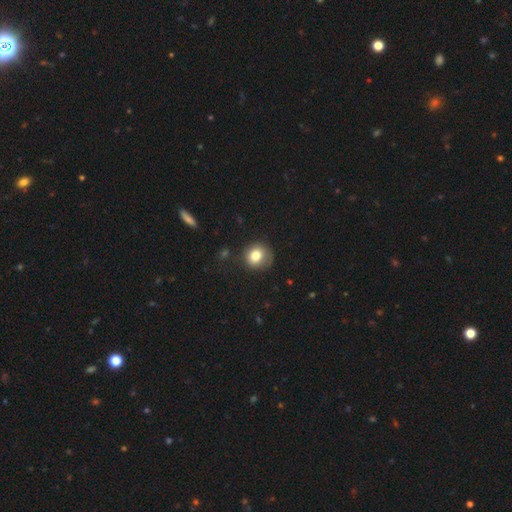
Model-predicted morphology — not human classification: smooth_or_featured: smooth (p=0.78) [alt: featured or disk p=0.12]
how_rounded: round (p=0.82) [alt: in between p=0.17]
merging: none (p=0.72) [alt: minor disturbance p=0.20]